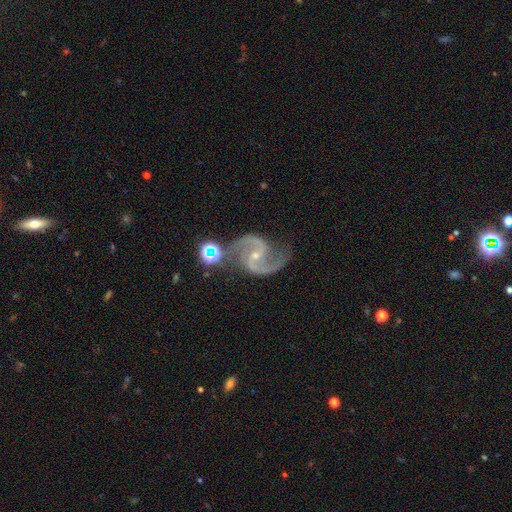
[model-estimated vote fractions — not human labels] featured or disk 92%, star or artifact 6%, smooth 3%. Down the decision tree: edge-on disk — no (98%); bar — weak (43%); spiral arms — yes (98%); spiral arm count — 2 (94%); spiral winding — medium (55%); bulge size — small (70%); merging — none (71%).